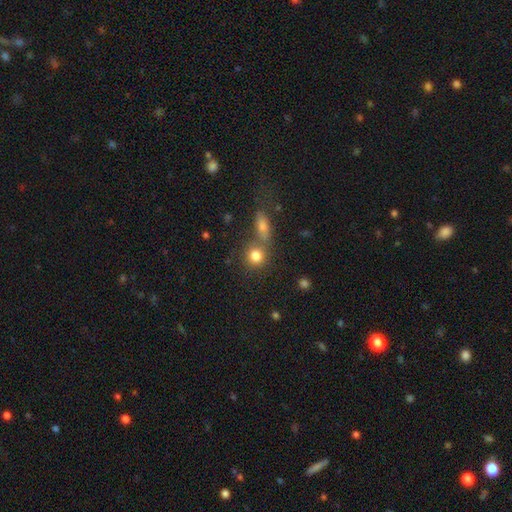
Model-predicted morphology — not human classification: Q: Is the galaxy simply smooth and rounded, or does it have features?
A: smooth — 81%.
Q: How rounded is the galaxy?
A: round — 83%.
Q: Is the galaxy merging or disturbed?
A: none — 58%.